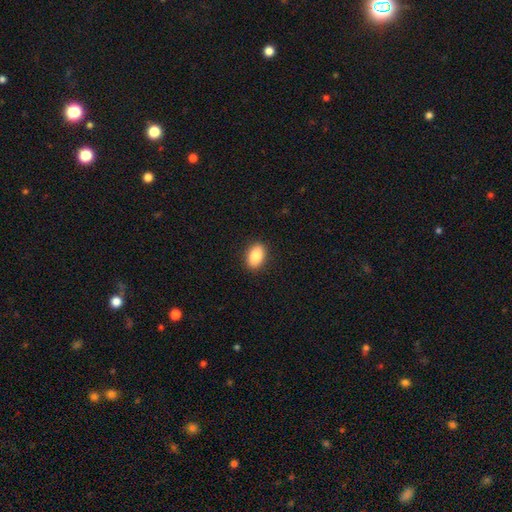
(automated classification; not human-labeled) smooth 88%, star or artifact 7%, featured or disk 5%. Down the decision tree: how rounded — in between (90%); merging — none (90%).